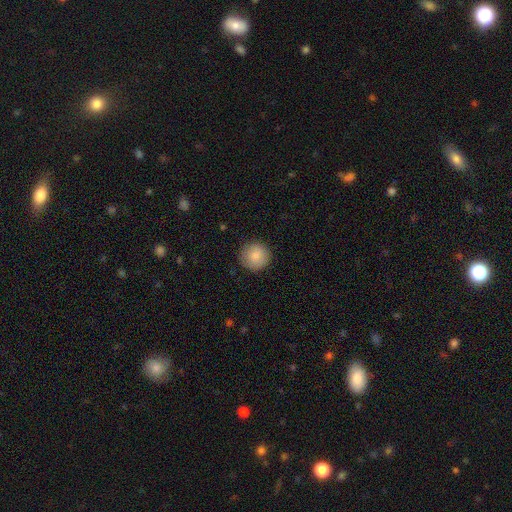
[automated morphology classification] smooth-or-featured: smooth: 87% | star or artifact: 8% | featured or disk: 6%
  how-rounded: round: 95% | in between: 5% | cigar-shaped: 1%
  merging: none: 88% | minor disturbance: 9% | major disturbance: 2% | merger: 1%